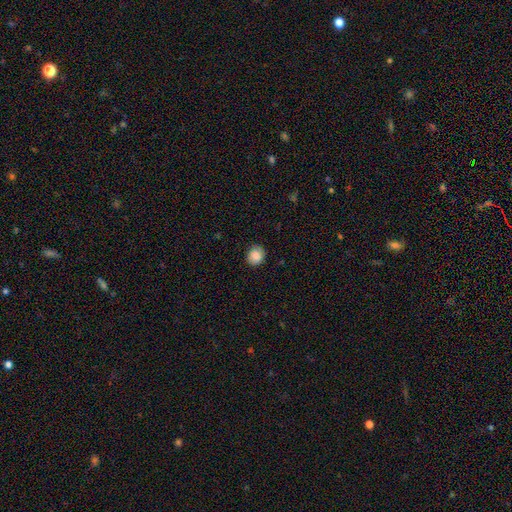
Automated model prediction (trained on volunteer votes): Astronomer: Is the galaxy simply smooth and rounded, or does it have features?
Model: smooth — 86%.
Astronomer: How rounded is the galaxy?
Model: round — 75%.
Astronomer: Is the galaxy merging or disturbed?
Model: none — 87%.